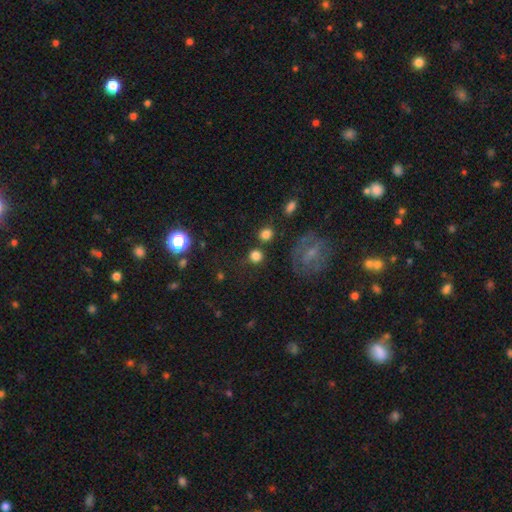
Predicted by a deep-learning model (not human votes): smooth 80%, star or artifact 13%, featured or disk 7%. Down the decision tree: how rounded — round (91%); merging — none (75%).